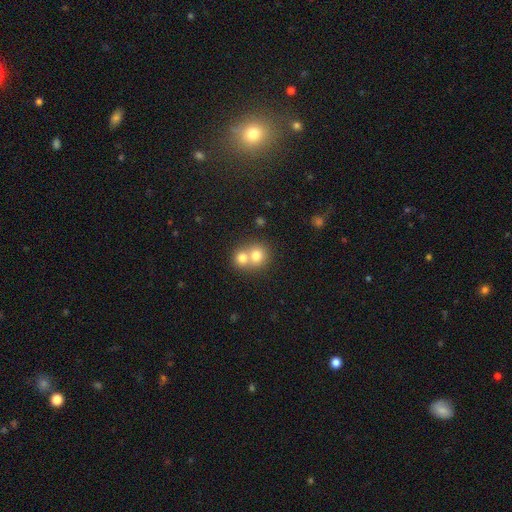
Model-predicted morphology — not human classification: smooth-or-featured: smooth: 75% | featured or disk: 15% | star or artifact: 10%
  how-rounded: round: 78% | in between: 21% | cigar-shaped: 1%
  merging: merger: 64% | none: 29% | minor disturbance: 5% | major disturbance: 2%